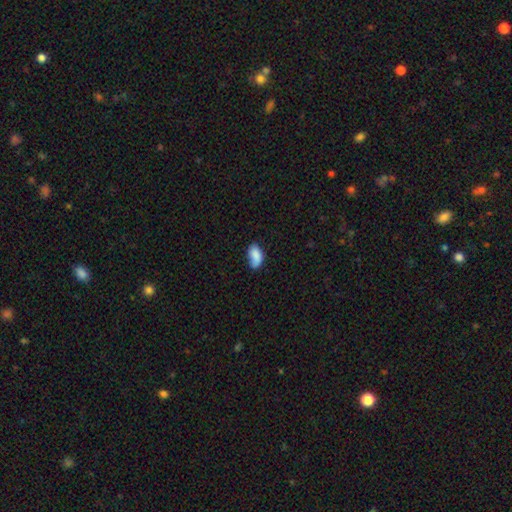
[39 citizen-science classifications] Volunteers were most divided on "merging": none: 51%, minor disturbance: 31%, major disturbance: 9%, merger: 9%. More confident: how rounded — in between (91%); smooth or featured — smooth (85%).